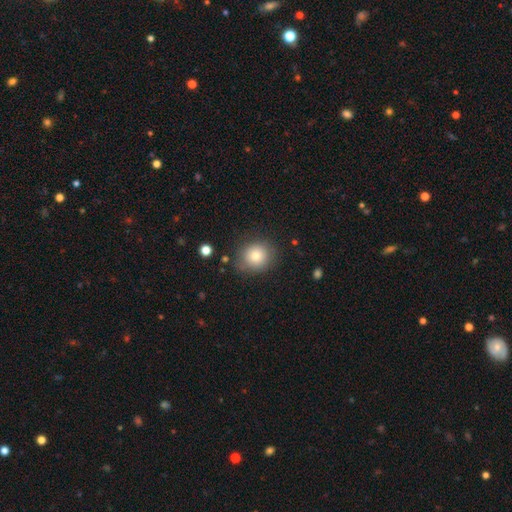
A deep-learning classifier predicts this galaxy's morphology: The model was most divided on "merging": none: 77%, minor disturbance: 16%, major disturbance: 5%, merger: 2%. More confident: how rounded — round (83%); smooth or featured — smooth (79%).